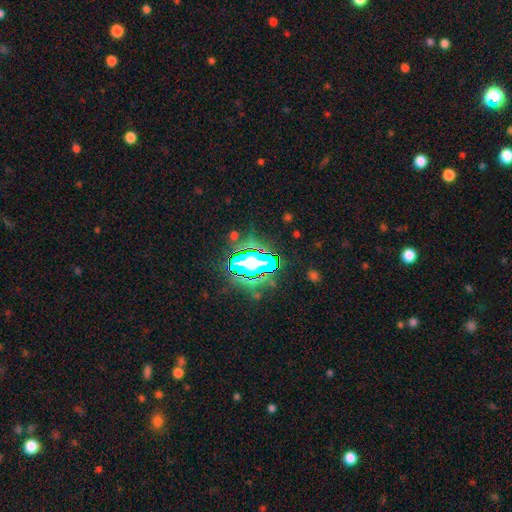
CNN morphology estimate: Smooth or featured? Predicted: star or artifact (p=0.75).